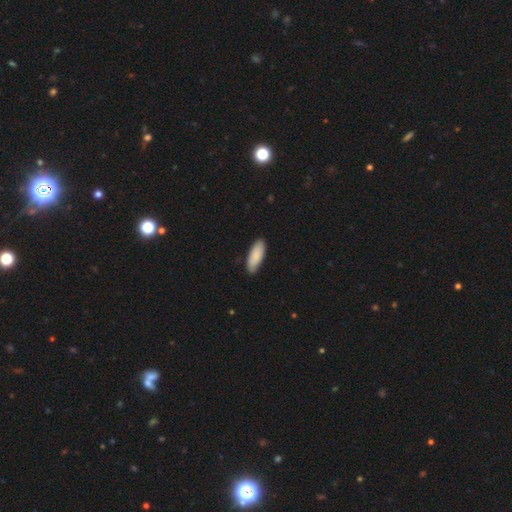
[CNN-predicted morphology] smooth_or_featured: smooth (p=0.88) [alt: featured or disk p=0.07]
how_rounded: in between (p=0.70) [alt: cigar-shaped p=0.28]
merging: none (p=0.83) [alt: minor disturbance p=0.14]